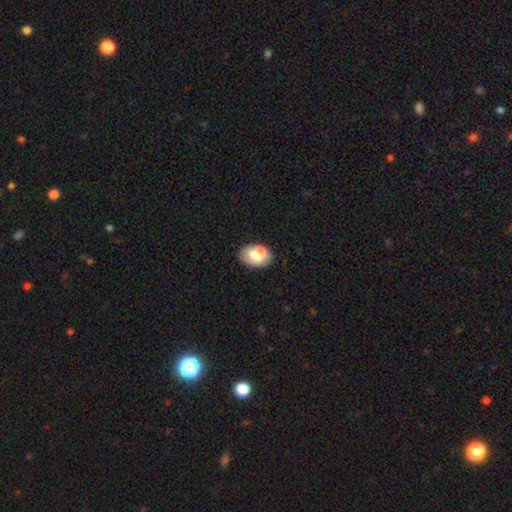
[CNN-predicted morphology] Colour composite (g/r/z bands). It shows a smooth galaxy with no disk features (69%) that is in between round and cigar-shaped (81%). Merging: none (60%).